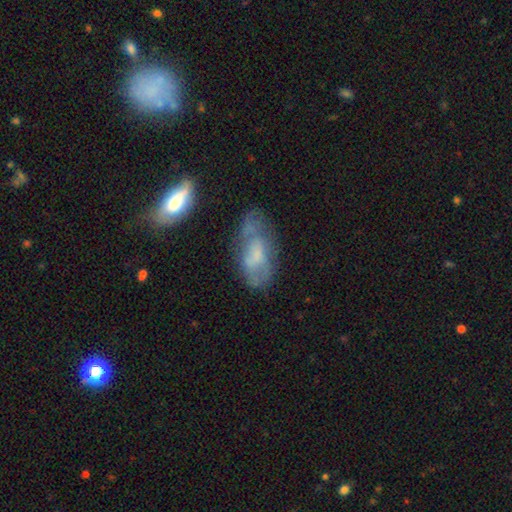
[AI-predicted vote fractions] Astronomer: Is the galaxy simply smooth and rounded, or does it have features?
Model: featured or disk — 48% (runner-up: smooth, 43%).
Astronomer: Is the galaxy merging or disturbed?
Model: none — 47% (runner-up: minor disturbance, 27%).